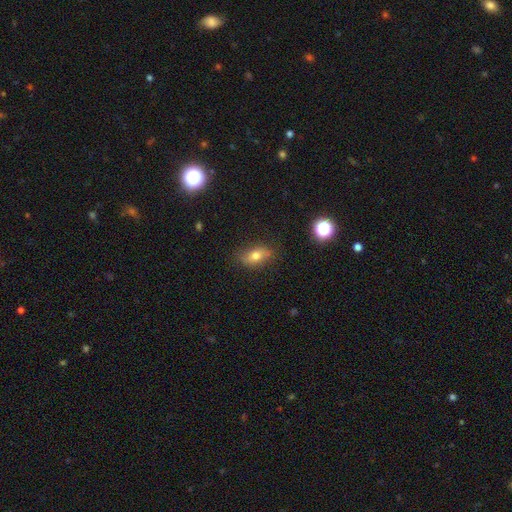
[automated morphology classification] A smooth galaxy with no disk features (67%) that is in between round and cigar-shaped (80%).

Vote fractions:
- Smooth or featured? smooth: 67% / featured or disk: 21% / star or artifact: 12%
- How rounded? in between: 80% / round: 12% / cigar-shaped: 8%
- Merging? none: 81% / minor disturbance: 14% / major disturbance: 3% / merger: 1%